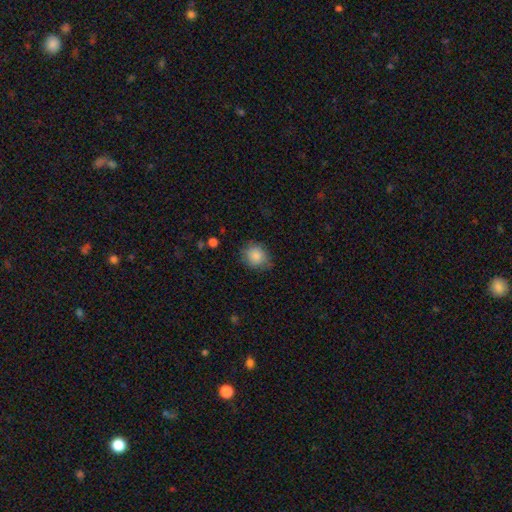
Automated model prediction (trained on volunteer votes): Morphology: type=smooth (86%); roundness=round (67%); merging=none (76%).